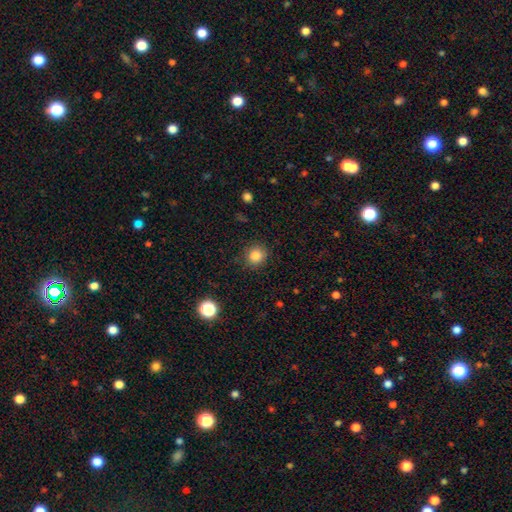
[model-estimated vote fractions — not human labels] smooth_or_featured: smooth (p=0.83) [alt: star or artifact p=0.11]
how_rounded: round (p=0.89) [alt: in between p=0.10]
merging: none (p=0.86) [alt: minor disturbance p=0.10]